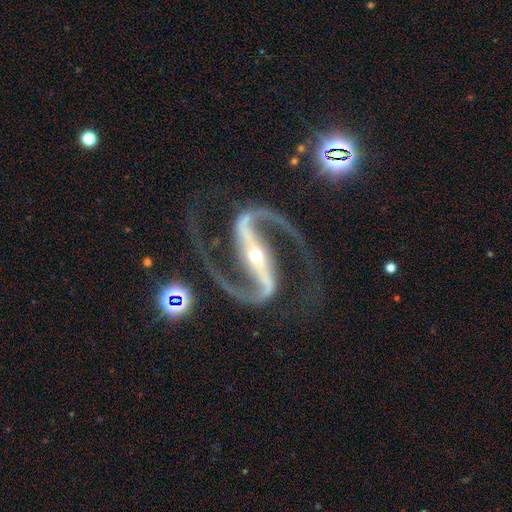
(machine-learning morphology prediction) smooth-or-featured: featured or disk: 94% | star or artifact: 4% | smooth: 2%
  disk-edge-on: no: 97% | yes: 3%
    bar: strong: 83% | weak: 12% | no: 5%
    has-spiral-arms: yes: 99% | no: 1%
      spiral-winding: medium: 66% | loose: 21% | tight: 13%
      spiral-arm-count: 2: 95% | 1: 1% | can't tell: 1% | 3: 1% | 4: 1% | more than 4: 1%
    bulge-size: small: 60% | moderate: 35% | large: 2% | none: 1% | dominant: 1%
  merging: none: 80% | minor disturbance: 11% | major disturbance: 7% | merger: 2%